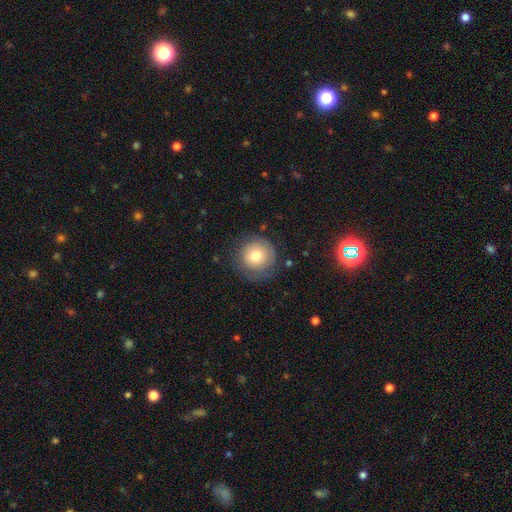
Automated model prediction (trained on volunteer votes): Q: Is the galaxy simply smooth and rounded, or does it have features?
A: smooth — 68%.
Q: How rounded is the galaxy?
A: round — 95%.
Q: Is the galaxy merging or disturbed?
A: none — 74%.